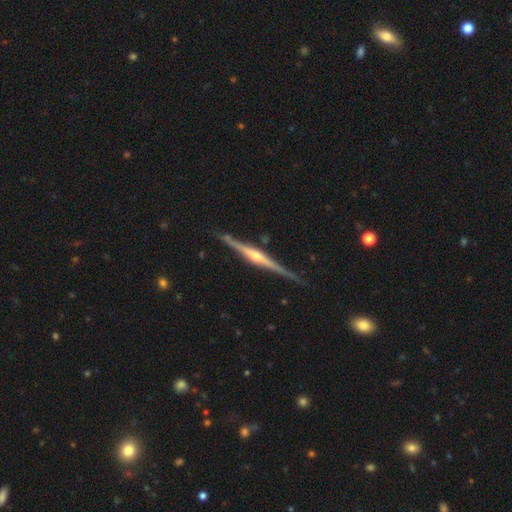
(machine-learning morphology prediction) featured or disk 86%, smooth 9%, star or artifact 5%. Down the decision tree: edge-on disk — yes (98%); edge-on bulge — rounded (76%); merging — none (88%).